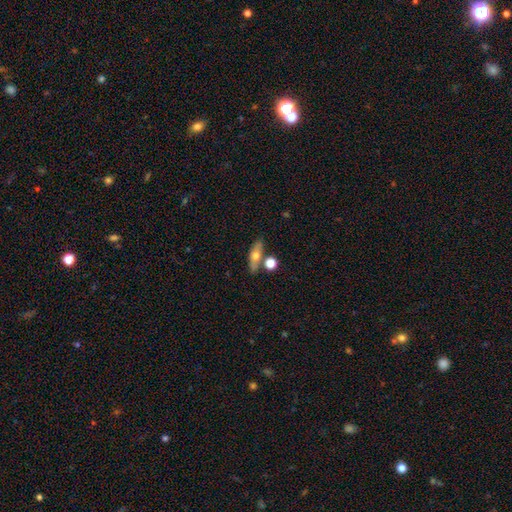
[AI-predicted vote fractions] Morphology: type=smooth (56%); roundness=in between (50%); merging=none (69%).